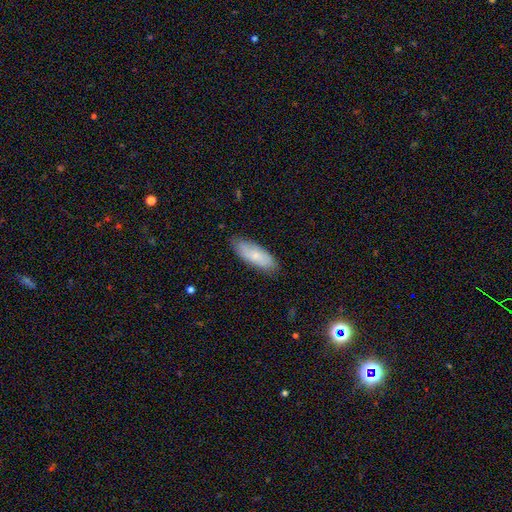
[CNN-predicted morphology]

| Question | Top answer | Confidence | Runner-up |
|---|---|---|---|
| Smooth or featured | smooth | 74% | featured or disk (20%) |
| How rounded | in between | 69% | cigar-shaped (29%) |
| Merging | none | 81% | minor disturbance (15%) |